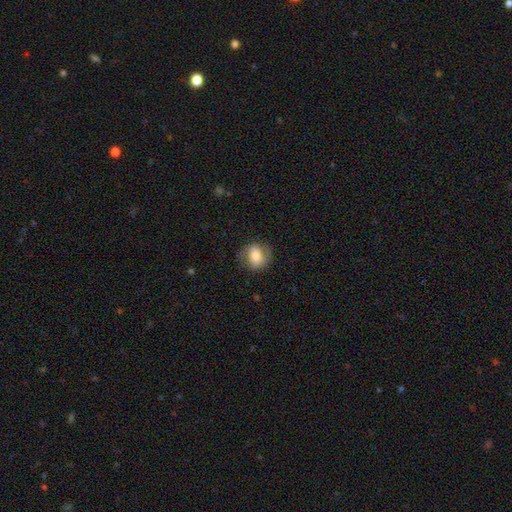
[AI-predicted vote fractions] Smooth or featured: smooth — 62% (featured or disk — 30%)
How rounded: round — 57% (in between — 42%)
Merging: none — 73% (minor disturbance — 18%)